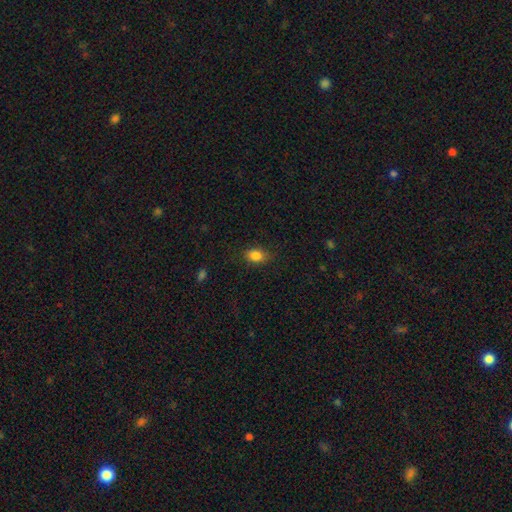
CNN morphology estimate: The model was most divided on "how rounded": in between: 79%, round: 19%, cigar-shaped: 2%. More confident: smooth or featured — smooth (85%); merging — none (82%).